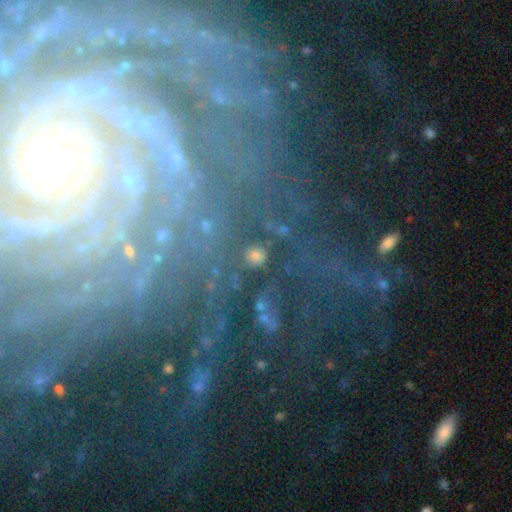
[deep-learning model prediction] smooth_or_featured: star or artifact (p=0.41) [alt: smooth p=0.40]